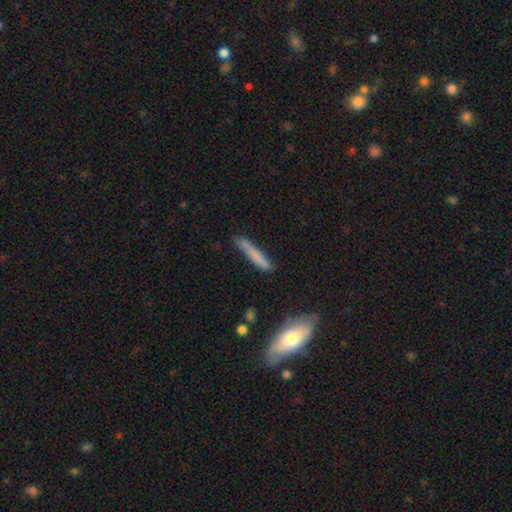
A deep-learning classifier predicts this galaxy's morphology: The model was most divided on "merging": none: 70%, minor disturbance: 21%, major disturbance: 5%, merger: 5%. More confident: how rounded — cigar-shaped (93%); smooth or featured — smooth (72%).